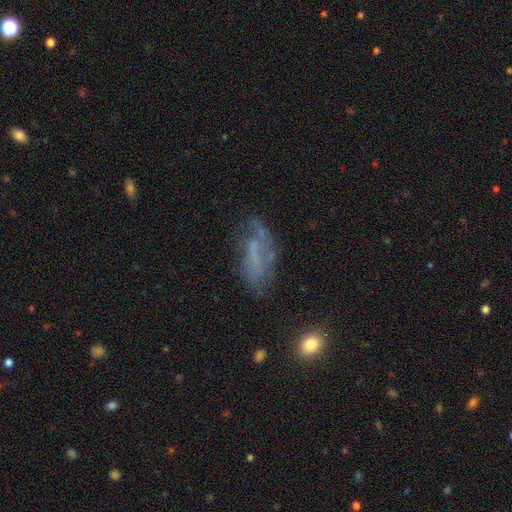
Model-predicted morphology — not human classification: smooth-or-featured: featured or disk: 48% | smooth: 37% | star or artifact: 15%
  merging: none: 41% | major disturbance: 27% | minor disturbance: 27% | merger: 5%